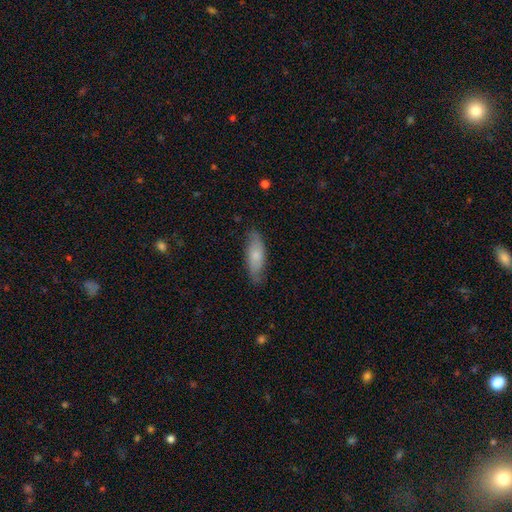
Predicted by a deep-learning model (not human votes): A smooth galaxy with no disk features (67%) that is in between round and cigar-shaped (63%).

Vote fractions:
- Smooth or featured? smooth: 67% / featured or disk: 27% / star or artifact: 6%
- How rounded? in between: 63% / cigar-shaped: 35% / round: 2%
- Merging? none: 76% / minor disturbance: 19% / major disturbance: 4% / merger: 1%